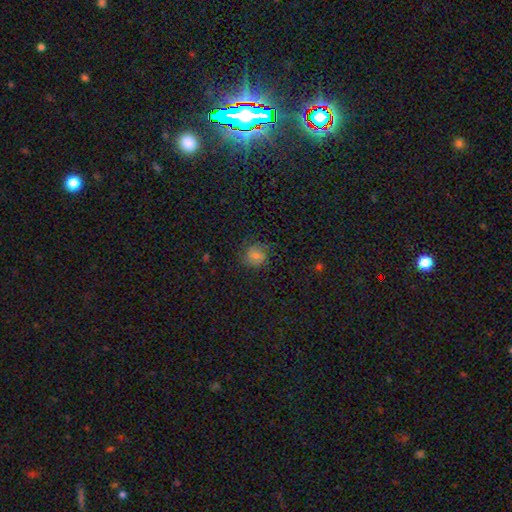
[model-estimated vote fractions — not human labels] smooth-or-featured: smooth: 59% | featured or disk: 21% | star or artifact: 20%
  how-rounded: round: 77% | in between: 22% | cigar-shaped: 1%
  merging: none: 73% | minor disturbance: 18% | major disturbance: 8% | merger: 1%